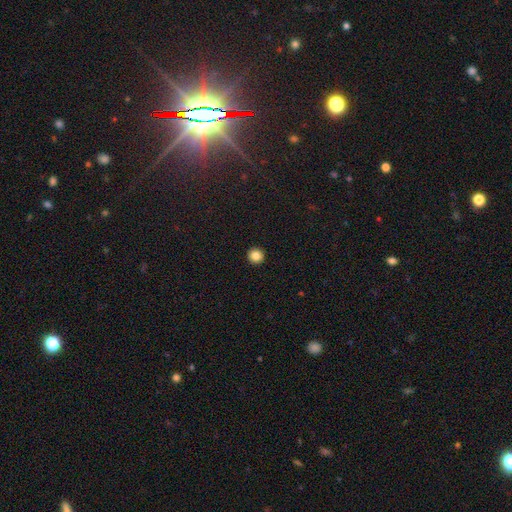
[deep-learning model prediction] smooth-or-featured: smooth: 85% | star or artifact: 11% | featured or disk: 5%
  how-rounded: round: 95% | in between: 4% | cigar-shaped: 1%
  merging: none: 94% | minor disturbance: 4% | major disturbance: 1% | merger: 1%